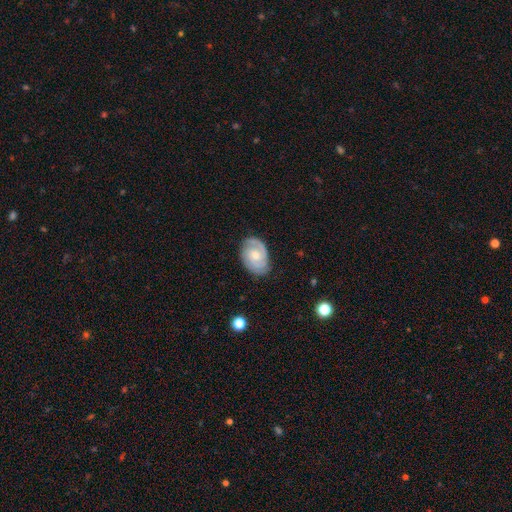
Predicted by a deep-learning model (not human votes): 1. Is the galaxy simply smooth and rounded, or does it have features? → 75% featured or disk, 19% smooth, 5% star or artifact.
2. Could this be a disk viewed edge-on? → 97% no, 3% yes.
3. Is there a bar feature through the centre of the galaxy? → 65% no, 31% weak, 4% strong.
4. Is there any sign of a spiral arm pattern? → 93% yes, 7% no.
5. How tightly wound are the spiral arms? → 58% tight, 33% medium, 9% loose.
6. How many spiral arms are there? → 64% 2, 16% can't tell, 9% 1, 7% 3, 2% 4, 2% more than 4.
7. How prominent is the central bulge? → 53% moderate, 40% small, 3% large, 3% none, 1% dominant.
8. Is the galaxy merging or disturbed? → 77% none, 18% minor disturbance, 4% major disturbance, 1% merger.